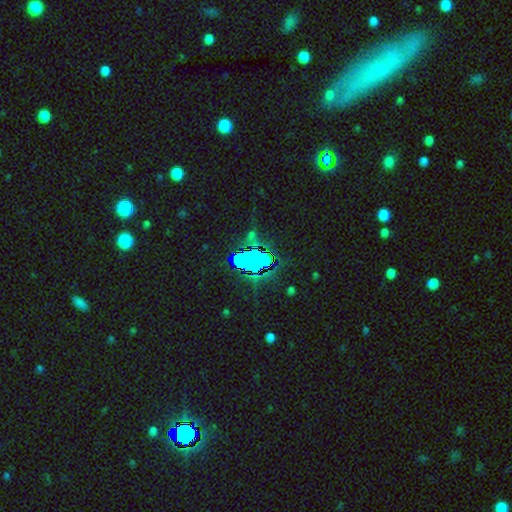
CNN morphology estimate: Smooth or featured? star or artifact (80%)